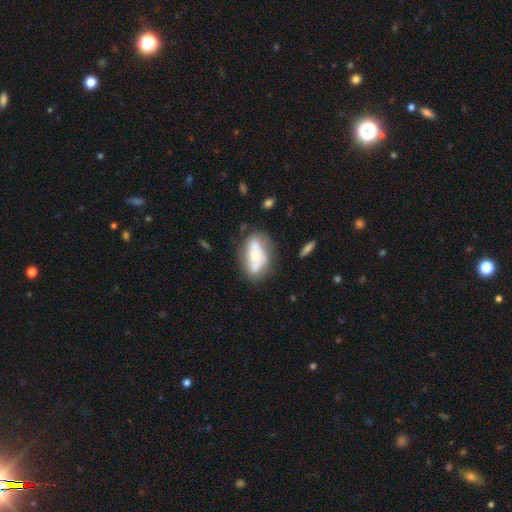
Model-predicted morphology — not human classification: This appears to be a smooth galaxy with no disk features (48%). Merging: none (52%).